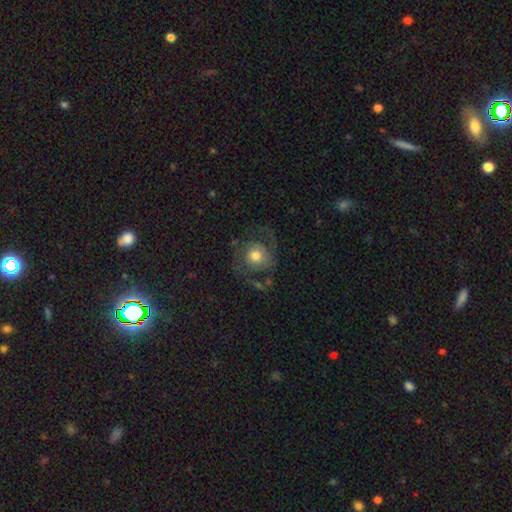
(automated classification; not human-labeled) Smooth or featured: featured or disk — 54% (smooth — 37%)
Edge-on disk: no — 97% (yes — 3%)
Bar: no — 80% (weak — 17%)
Spiral arms: yes — 77% (no — 23%)
Bulge size: moderate — 67% (large — 19%)
Merging: none — 53% (major disturbance — 26%)